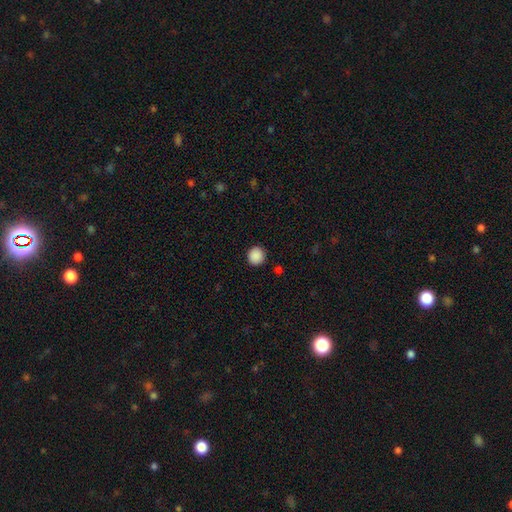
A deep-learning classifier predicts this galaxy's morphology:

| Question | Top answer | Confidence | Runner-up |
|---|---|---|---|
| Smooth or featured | smooth | 89% | star or artifact (9%) |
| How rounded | round | 93% | in between (6%) |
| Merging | none | 91% | minor disturbance (5%) |